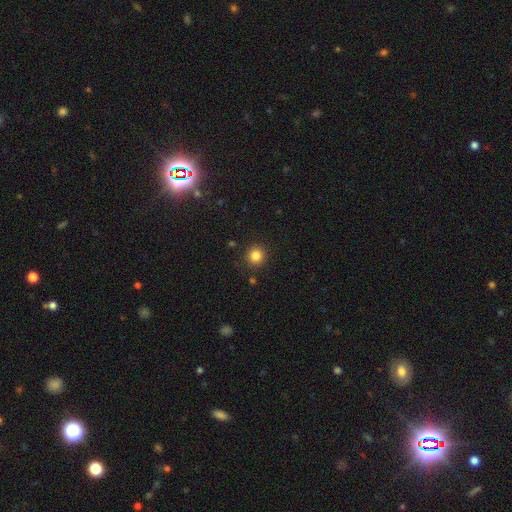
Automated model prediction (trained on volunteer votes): This appears to be a smooth galaxy with no disk features (84%) that is round (93%). Merging: none (90%).